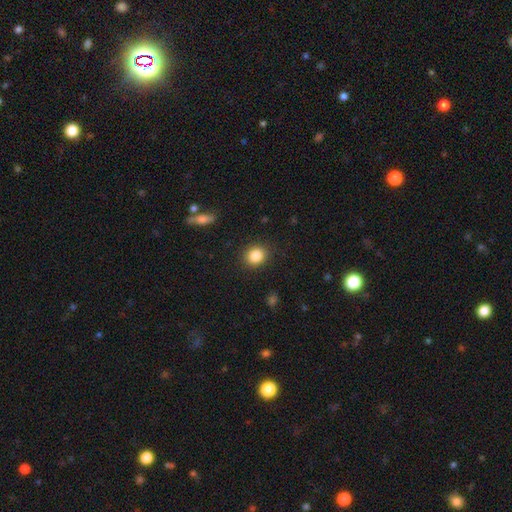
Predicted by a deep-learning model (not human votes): smooth-or-featured: smooth: 85% | star or artifact: 10% | featured or disk: 5%
  how-rounded: round: 73% | in between: 26% | cigar-shaped: 1%
  merging: none: 89% | minor disturbance: 7% | major disturbance: 2% | merger: 1%